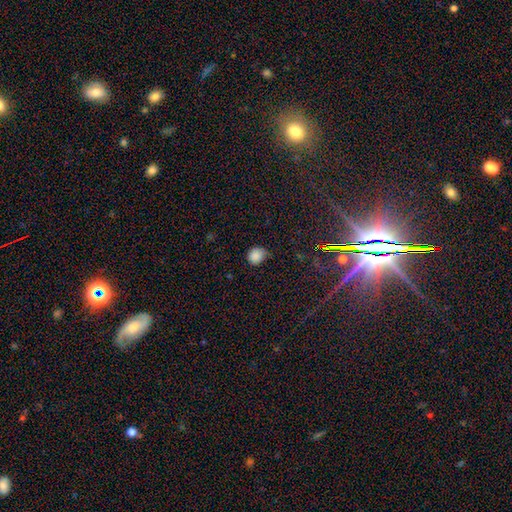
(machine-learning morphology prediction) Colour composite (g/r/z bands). It shows a smooth galaxy with no disk features (84%) that is round (74%). Merging: none (61%).